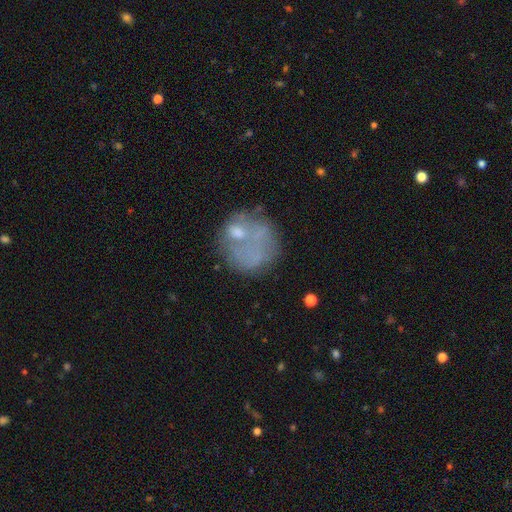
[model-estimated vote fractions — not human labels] Overall: smooth (45%; featured or disk 42%). Merging: none (45%; major disturbance 23%).